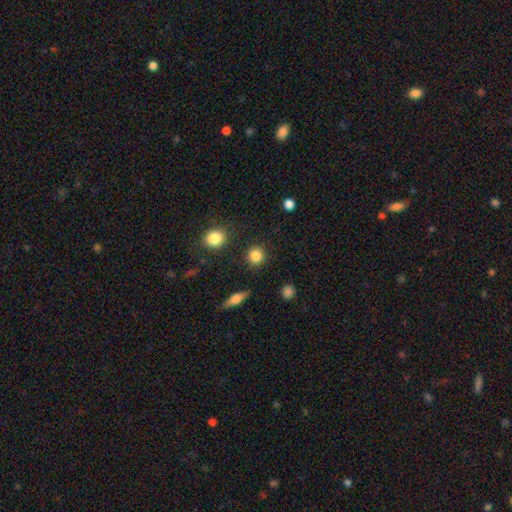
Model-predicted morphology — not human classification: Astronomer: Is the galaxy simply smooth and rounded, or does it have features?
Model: smooth — 85%.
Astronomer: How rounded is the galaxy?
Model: round — 91%.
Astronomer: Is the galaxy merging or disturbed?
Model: none — 89%.